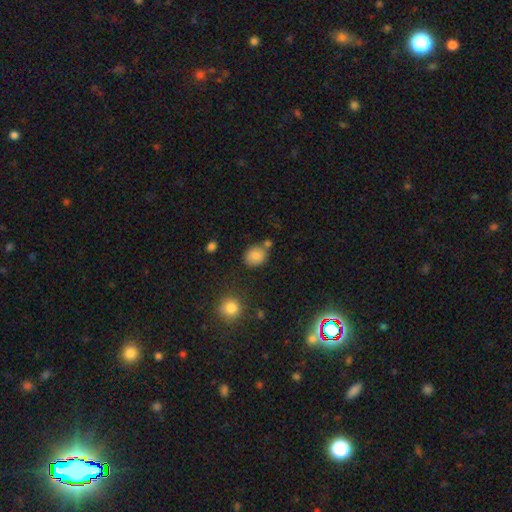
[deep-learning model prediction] smooth-or-featured: smooth: 83% | star or artifact: 10% | featured or disk: 6%
  how-rounded: round: 63% | in between: 36% | cigar-shaped: 1%
  merging: none: 68% | minor disturbance: 15% | merger: 13% | major disturbance: 4%